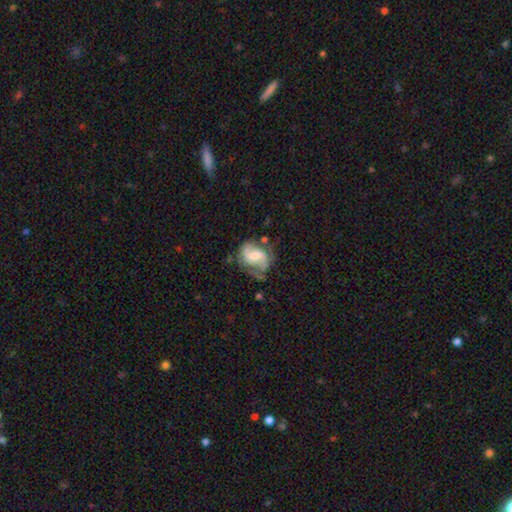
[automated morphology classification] Smooth or featured?
  - featured or disk: 75% *
  - smooth: 18%
  - star or artifact: 7%
Edge-on disk?
  - no: 98% *
  - yes: 2%
Bar?
  - weak: 45% *
  - no: 42%
  - strong: 14%
Spiral arms?
  - yes: 91% *
  - no: 9%
Spiral winding?
  - medium: 48% *
  - loose: 31%
  - tight: 21%
Spiral arm count?
  - 2: 82% *
  - can't tell: 8%
  - 1: 5%
  - 3: 2%
  - 4: 1%
  - more than 4: 1%
Bulge size?
  - moderate: 48% *
  - small: 35%
  - large: 9%
  - none: 7%
  - dominant: 1%
Merging?
  - none: 52% *
  - minor disturbance: 26%
  - major disturbance: 17%
  - merger: 4%